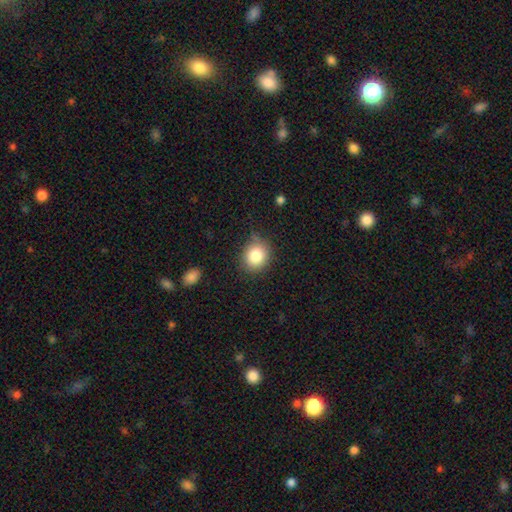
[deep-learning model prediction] This is clearly a smooth galaxy (82%). How rounded: likely round (75%). Merging: likely none (75%).